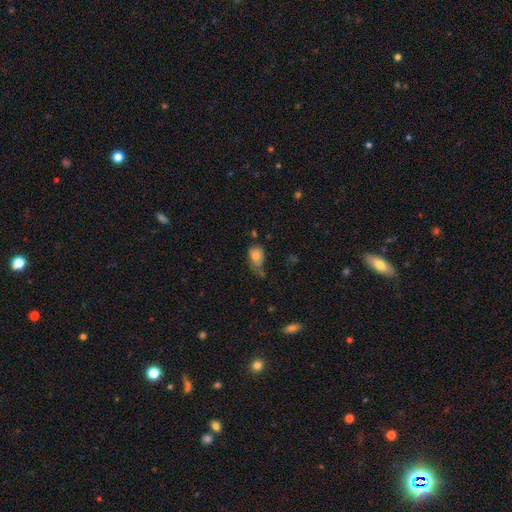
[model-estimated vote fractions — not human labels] The model was most divided on "merging": minor disturbance: 35%, none: 33%, major disturbance: 26%, merger: 7%. More confident: how rounded — in between (75%); smooth or featured — smooth (72%).